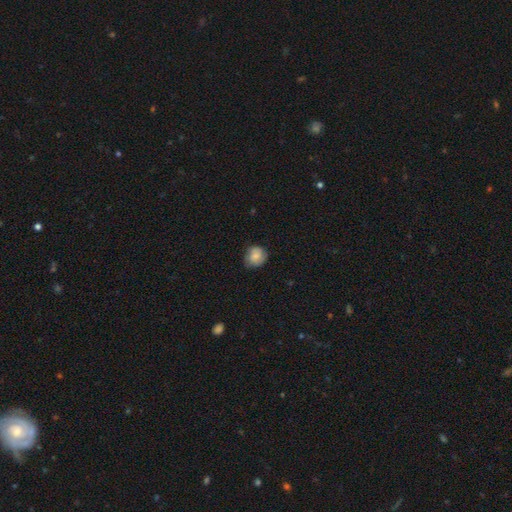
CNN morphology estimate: Smooth or featured: smooth — 78% (featured or disk — 14%)
How rounded: round — 76% (in between — 23%)
Merging: none — 68% (minor disturbance — 26%)